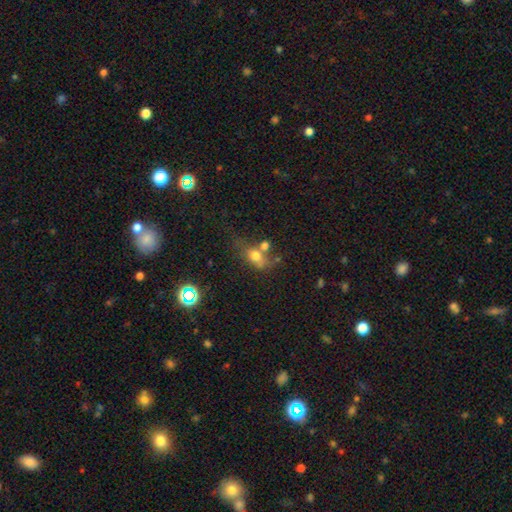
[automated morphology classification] This is likely a smooth galaxy (67%). How rounded: likely in between (63%). Merging: marginally merger (37%).